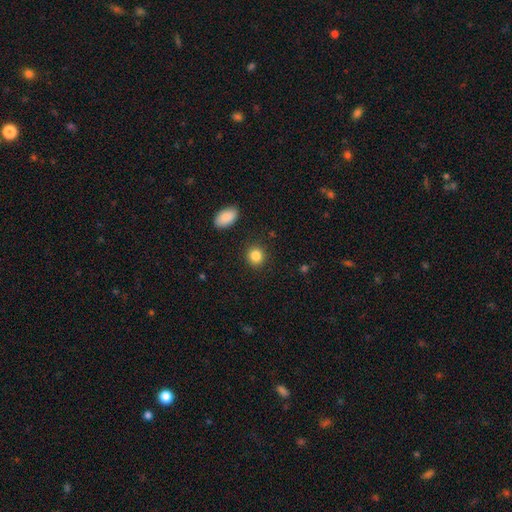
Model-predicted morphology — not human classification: smooth_or_featured: smooth (p=0.86) [alt: star or artifact p=0.09]
how_rounded: round (p=0.84) [alt: in between p=0.15]
merging: none (p=0.90) [alt: minor disturbance p=0.06]